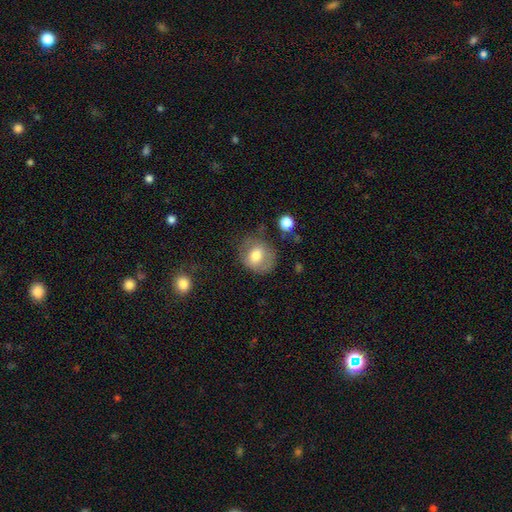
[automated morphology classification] Q: Smooth or featured?
A: smooth (66%); runner-up: featured or disk (25%)
Q: How rounded?
A: round (69%); runner-up: in between (30%)
Q: Merging?
A: none (62%); runner-up: minor disturbance (23%)